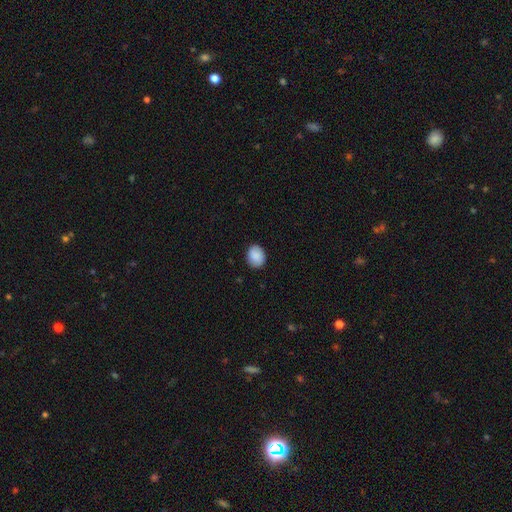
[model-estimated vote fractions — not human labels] This appears to be a smooth galaxy with no disk features (88%) that is round (54%). Merging: none (87%).